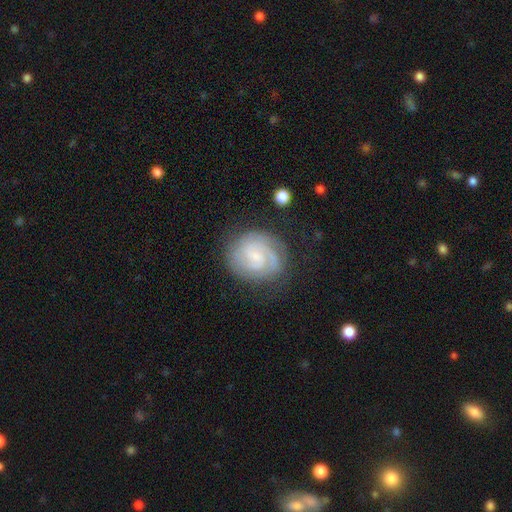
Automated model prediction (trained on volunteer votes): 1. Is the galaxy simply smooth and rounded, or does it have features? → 82% featured or disk, 12% smooth, 6% star or artifact.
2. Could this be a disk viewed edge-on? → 98% no, 2% yes.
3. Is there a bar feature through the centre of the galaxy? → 47% weak, 45% no, 8% strong.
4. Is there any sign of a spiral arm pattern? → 97% yes, 3% no.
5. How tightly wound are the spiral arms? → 63% tight, 31% medium, 6% loose.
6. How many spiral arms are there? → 53% 2, 18% 3, 17% can't tell, 5% 1, 4% 4, 3% more than 4.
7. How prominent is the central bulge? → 61% small, 18% none, 17% moderate, 2% large, 1% dominant.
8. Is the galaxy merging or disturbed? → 77% none, 15% minor disturbance, 7% major disturbance, 2% merger.